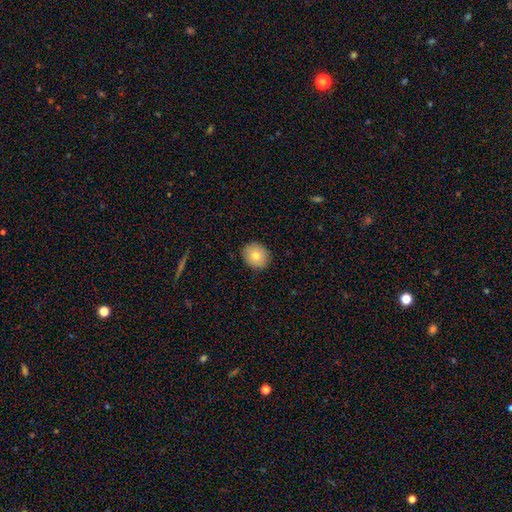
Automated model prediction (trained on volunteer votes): Smooth or featured? smooth (78%)
How rounded? round (84%)
Merging? none (90%)